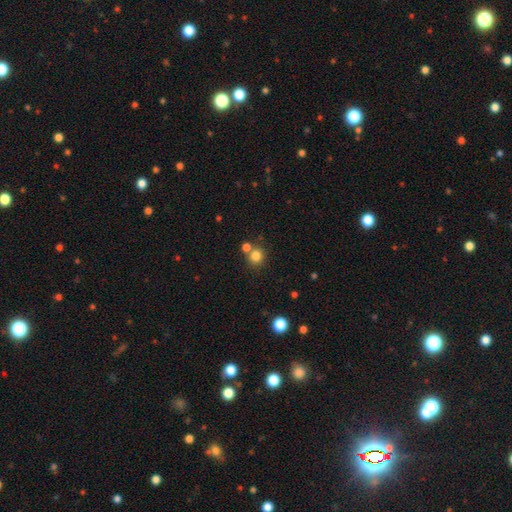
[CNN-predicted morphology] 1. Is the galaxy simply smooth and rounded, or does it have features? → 81% smooth, 13% star or artifact, 6% featured or disk.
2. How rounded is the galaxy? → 88% round, 11% in between, 1% cigar-shaped.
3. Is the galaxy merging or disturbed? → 66% none, 23% merger, 8% minor disturbance, 3% major disturbance.